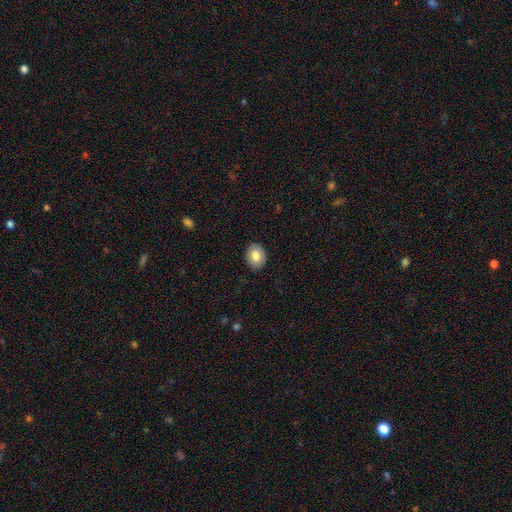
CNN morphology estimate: A smooth galaxy with no disk features (81%) that is in between round and cigar-shaped (57%). Merging: none (90%).